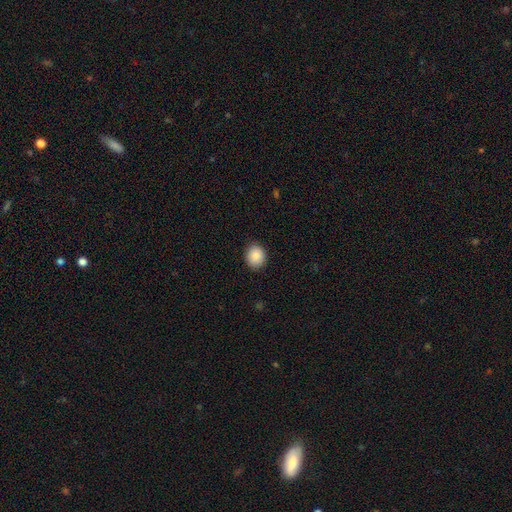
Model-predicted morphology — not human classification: Q: Smooth or featured?
A: smooth (88%); runner-up: star or artifact (8%)
Q: How rounded?
A: round (69%); runner-up: in between (30%)
Q: Merging?
A: none (88%); runner-up: minor disturbance (9%)